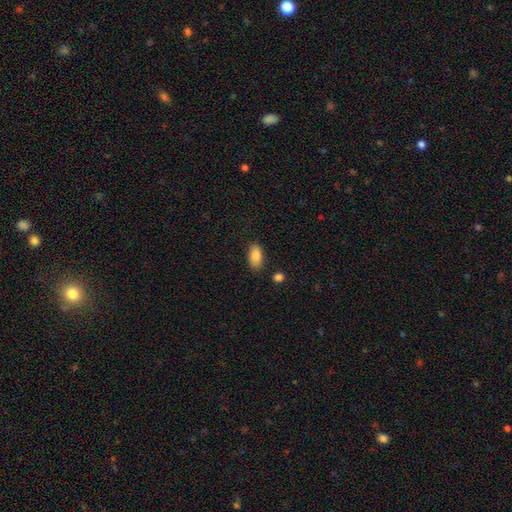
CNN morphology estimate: Smooth or featured? Predicted: smooth (p=0.87). How rounded? Predicted: in between (p=0.92). Merging? Predicted: none (p=0.82).